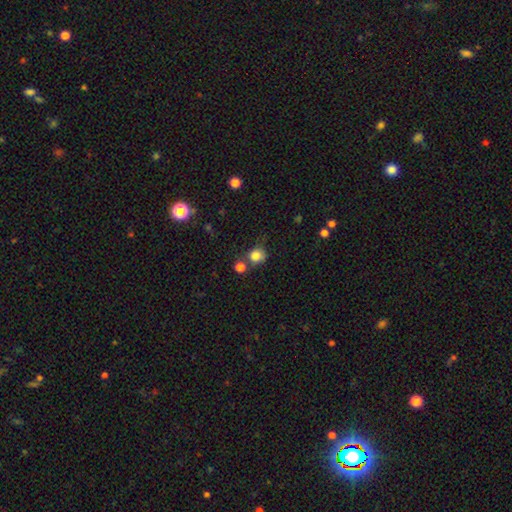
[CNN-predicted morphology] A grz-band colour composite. It shows a smooth galaxy with no disk features (82%) that is round (82%). Merging: none (59%).